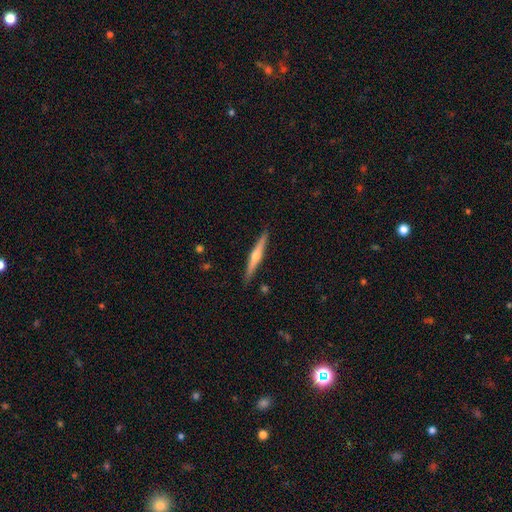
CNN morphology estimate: Smooth or featured? featured or disk (68%)
Edge-on disk? yes (98%)
Edge-on bulge? rounded (89%)
Merging? none (90%)